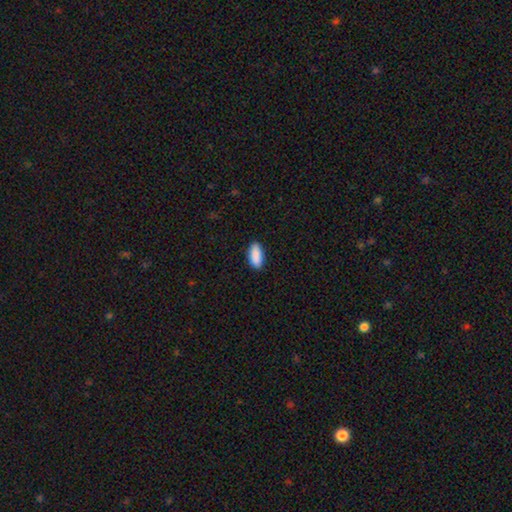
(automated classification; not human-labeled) Smooth or featured? Predicted: smooth (p=0.90). How rounded? Predicted: in between (p=0.86). Merging? Predicted: none (p=0.88).